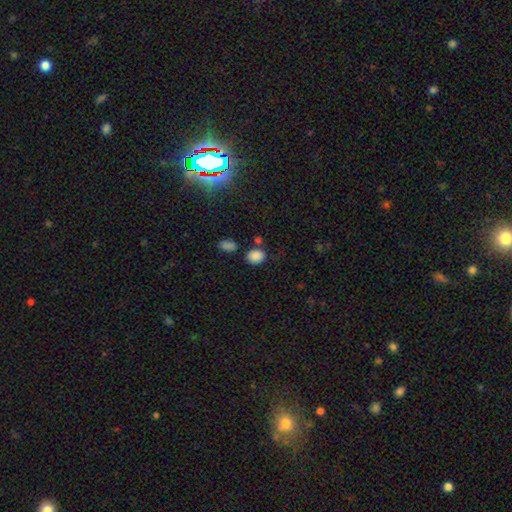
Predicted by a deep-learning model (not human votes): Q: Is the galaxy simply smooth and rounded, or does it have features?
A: smooth — 85%.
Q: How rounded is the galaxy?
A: in between — 51%.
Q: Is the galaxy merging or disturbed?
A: none — 73%.